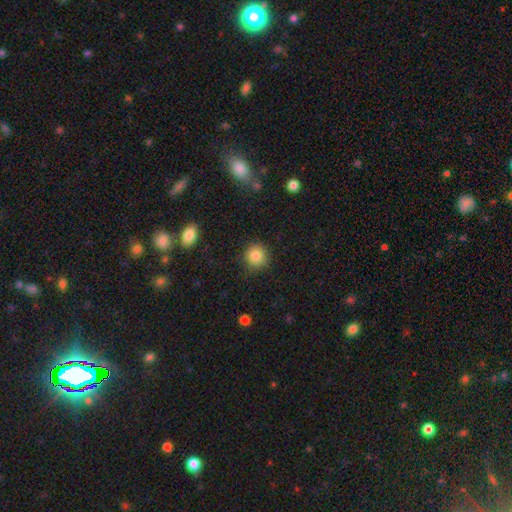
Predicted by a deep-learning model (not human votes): Overall: smooth (85%). How rounded: round (93%). Merging: none (89%).